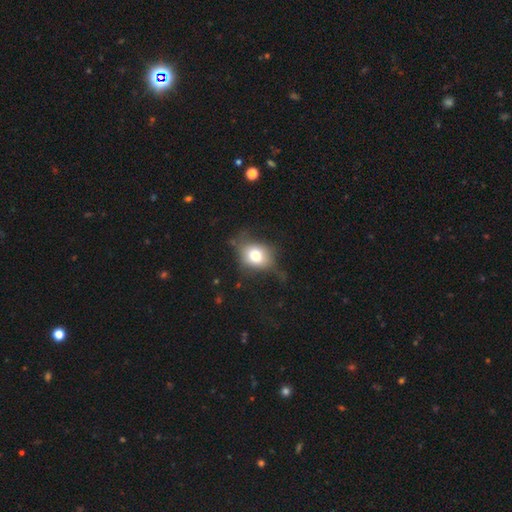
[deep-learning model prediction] Smooth or featured: smooth — 69% (featured or disk — 20%)
How rounded: in between — 50% (round — 49%)
Merging: none — 52% (minor disturbance — 29%)